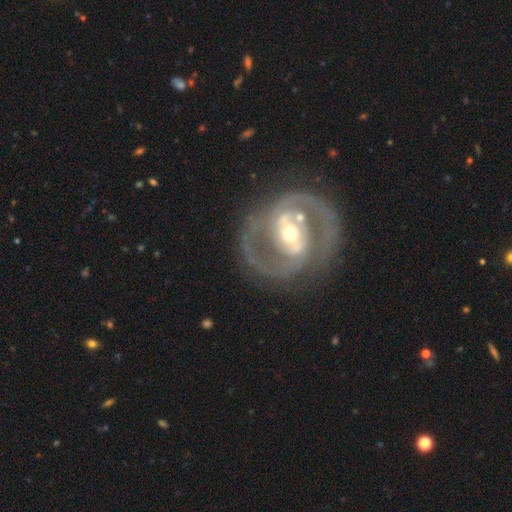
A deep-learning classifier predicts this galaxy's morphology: Smooth or featured?
  - featured or disk: 89% *
  - smooth: 6%
  - star or artifact: 5%
Edge-on disk?
  - no: 96% *
  - yes: 4%
Bar?
  - strong: 53% *
  - weak: 31%
  - no: 17%
Spiral arms?
  - yes: 92% *
  - no: 8%
Spiral winding?
  - medium: 49% *
  - tight: 40%
  - loose: 11%
Spiral arm count?
  - 2: 88% *
  - can't tell: 5%
  - 3: 3%
  - 1: 2%
  - 4: 1%
  - more than 4: 1%
Bulge size?
  - moderate: 50% *
  - small: 44%
  - large: 5%
  - dominant: 1%
  - none: 1%
Merging?
  - none: 81% *
  - minor disturbance: 11%
  - major disturbance: 6%
  - merger: 2%